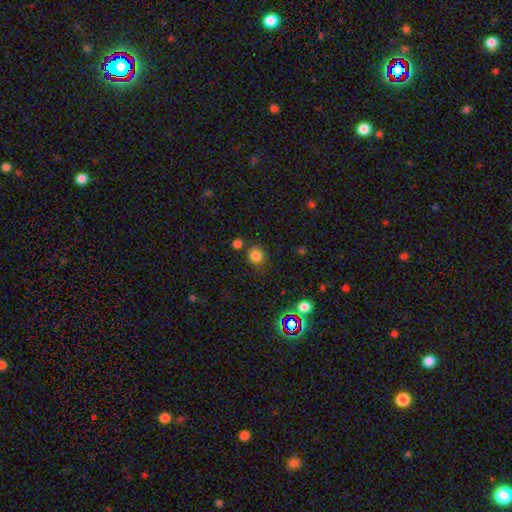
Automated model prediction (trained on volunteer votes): Smooth or featured: smooth — 81% (star or artifact — 14%)
How rounded: round — 87% (in between — 12%)
Merging: none — 78% (minor disturbance — 12%)